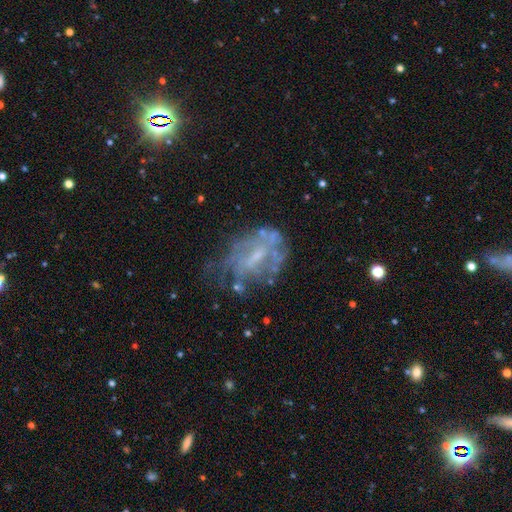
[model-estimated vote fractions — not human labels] Smooth or featured? Predicted: featured or disk (p=0.67). Edge-on disk? Predicted: no (p=0.96). Bar? Predicted: no (p=0.46). Spiral arms? Predicted: no (p=0.61). Bulge size? Predicted: small (p=0.45). Merging? Predicted: none (p=0.43).